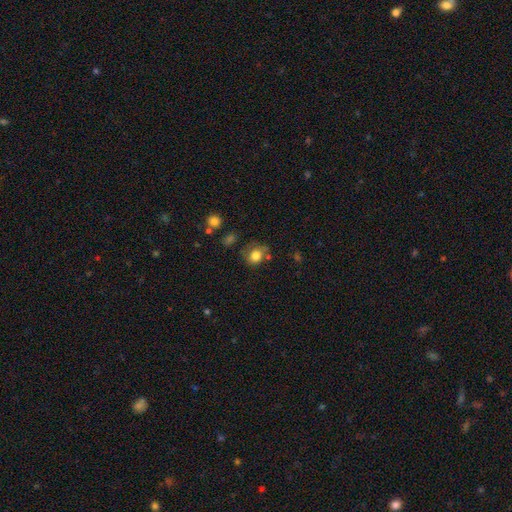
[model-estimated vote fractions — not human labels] This appears to be a smooth galaxy with no disk features (80%) that is round (66%). Merging: none (59%).